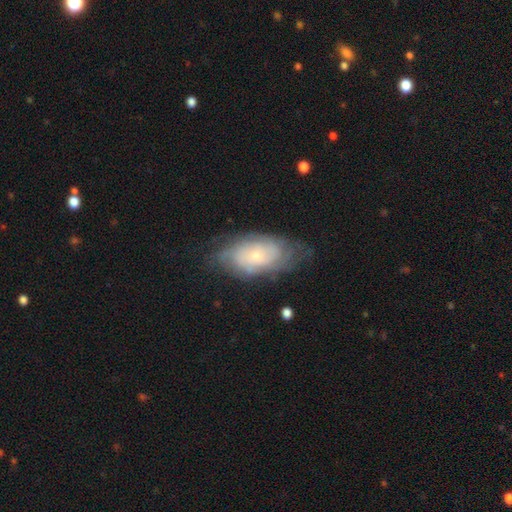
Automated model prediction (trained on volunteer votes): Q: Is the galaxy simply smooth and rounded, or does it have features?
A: featured or disk — 63%.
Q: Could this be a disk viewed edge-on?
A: no — 93%.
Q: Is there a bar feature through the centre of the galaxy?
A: no — 81%.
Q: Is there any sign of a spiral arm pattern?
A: yes — 82%.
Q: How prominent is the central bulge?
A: small — 73%.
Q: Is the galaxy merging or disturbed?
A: none — 67%.